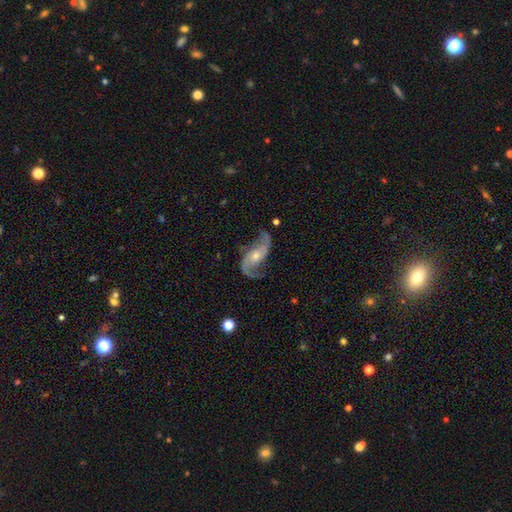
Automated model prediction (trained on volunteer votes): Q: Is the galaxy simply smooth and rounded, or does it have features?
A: featured or disk — 89%.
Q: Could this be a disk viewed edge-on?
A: no — 96%.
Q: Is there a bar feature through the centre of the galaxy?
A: no — 58%.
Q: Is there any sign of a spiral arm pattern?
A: yes — 96%.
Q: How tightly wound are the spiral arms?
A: loose — 64%.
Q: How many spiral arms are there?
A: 2 — 92%.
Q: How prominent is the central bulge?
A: small — 51%.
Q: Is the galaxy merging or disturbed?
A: none — 70%.